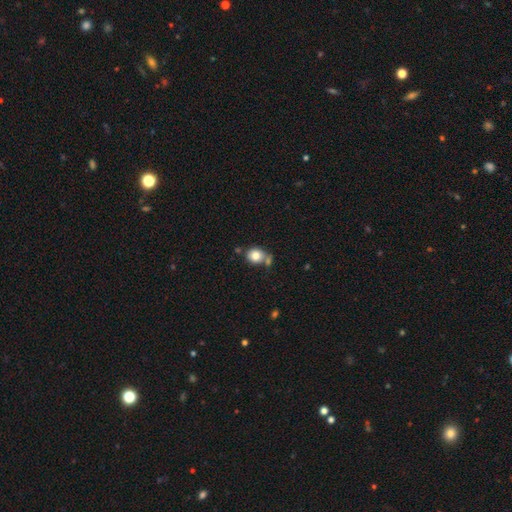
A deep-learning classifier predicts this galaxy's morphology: Smooth or featured? Predicted: smooth (p=0.79). How rounded? Predicted: round (p=0.67). Merging? Predicted: none (p=0.54).